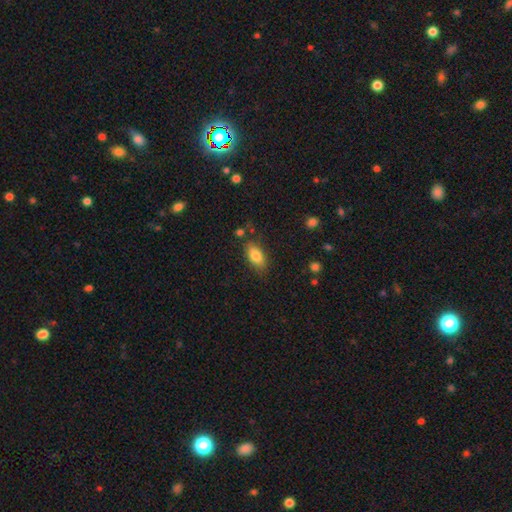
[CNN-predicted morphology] Smooth or featured: smooth — 79% (featured or disk — 13%)
How rounded: in between — 86% (cigar-shaped — 9%)
Merging: none — 78% (minor disturbance — 15%)